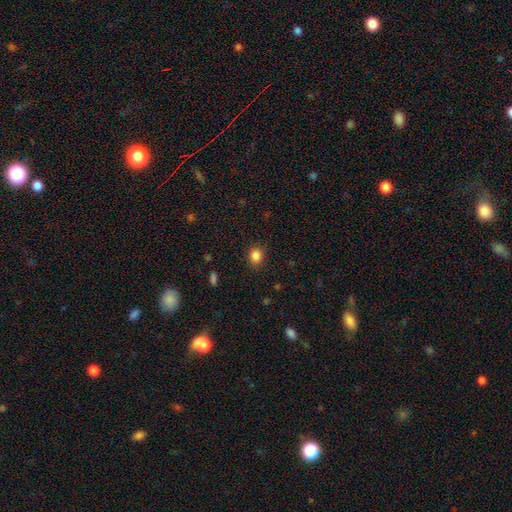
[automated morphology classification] Overall: smooth (85%). How rounded: round (64%; in between 35%). Merging: none (87%).